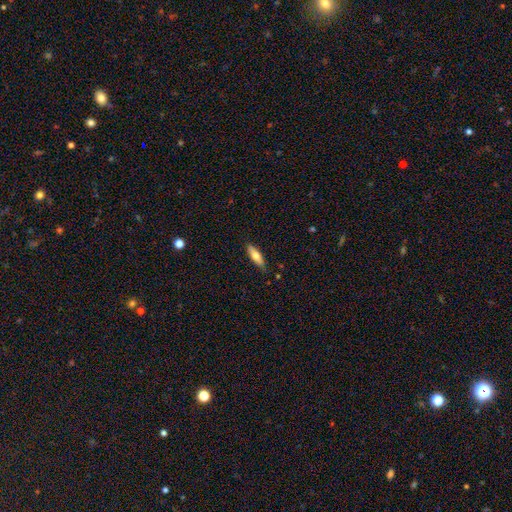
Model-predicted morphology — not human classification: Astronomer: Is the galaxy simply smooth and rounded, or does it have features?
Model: smooth — 66%.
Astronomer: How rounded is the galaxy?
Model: cigar-shaped — 52% (runner-up: in between, 46%).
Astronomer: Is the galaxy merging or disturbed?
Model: none — 86%.